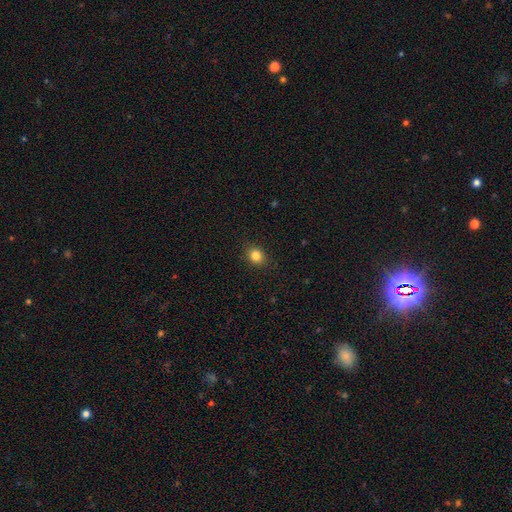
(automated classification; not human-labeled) smooth-or-featured: smooth: 83% | star or artifact: 12% | featured or disk: 6%
  how-rounded: round: 68% | in between: 31% | cigar-shaped: 1%
  merging: none: 88% | minor disturbance: 9% | major disturbance: 2% | merger: 1%